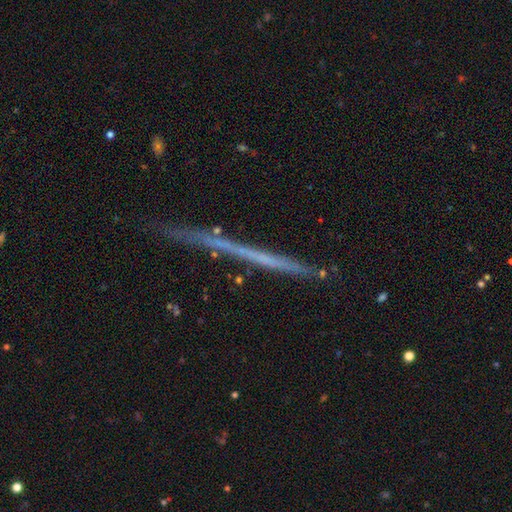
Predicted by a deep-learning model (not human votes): Overall: featured or disk (57%; smooth 33%). Edge-on disk: yes (95%). Edge-on bulge: none (94%). Merging: none (82%).